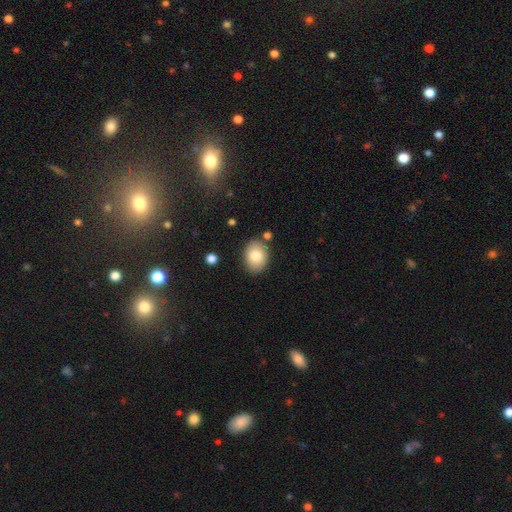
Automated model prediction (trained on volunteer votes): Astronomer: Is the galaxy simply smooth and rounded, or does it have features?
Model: smooth — 80%.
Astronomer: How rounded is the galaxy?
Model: in between — 68%.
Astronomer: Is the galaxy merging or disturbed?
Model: none — 83%.